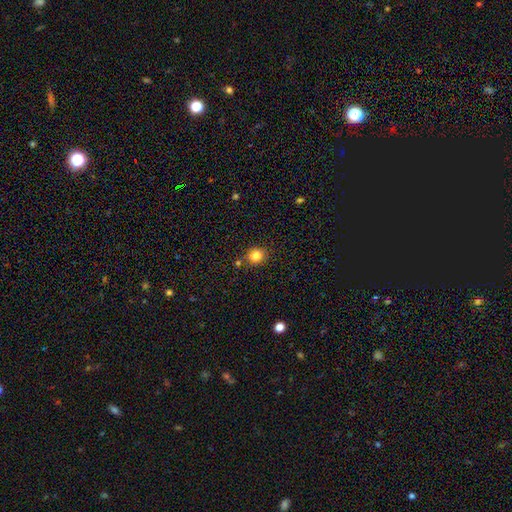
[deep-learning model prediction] Q: Smooth or featured?
A: smooth (82%); runner-up: star or artifact (12%)
Q: How rounded?
A: round (79%); runner-up: in between (20%)
Q: Merging?
A: none (82%); runner-up: minor disturbance (10%)